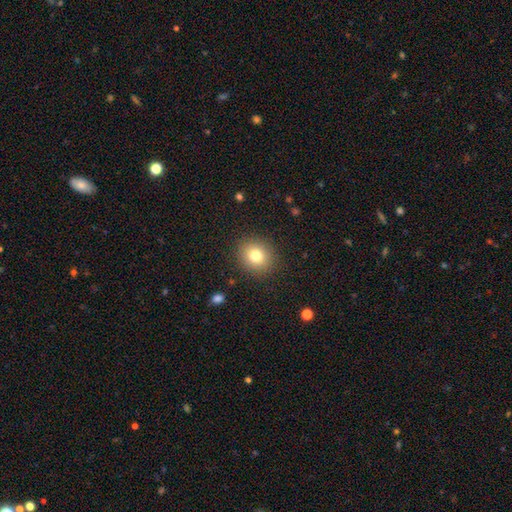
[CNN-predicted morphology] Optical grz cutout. It shows a smooth galaxy with no disk features (79%) that is round (79%). Merging: none (89%).